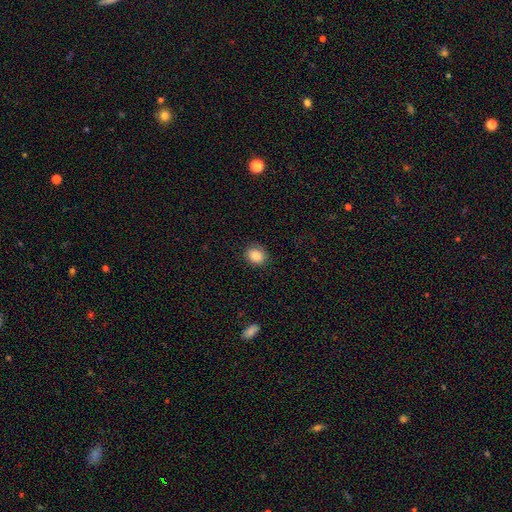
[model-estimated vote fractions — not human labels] Smooth or featured?
  - smooth: 85% *
  - star or artifact: 9%
  - featured or disk: 6%
How rounded?
  - round: 61% *
  - in between: 38%
  - cigar-shaped: 1%
Merging?
  - none: 82% *
  - minor disturbance: 13%
  - major disturbance: 3%
  - merger: 1%